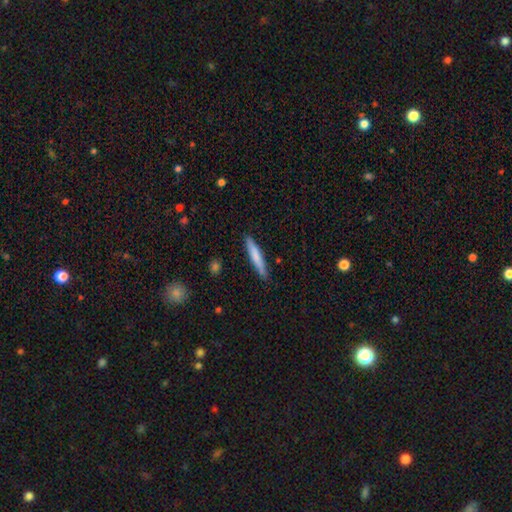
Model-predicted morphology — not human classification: This is likely a smooth galaxy (73%). How rounded: clearly cigar-shaped (92%). Merging: clearly none (87%).